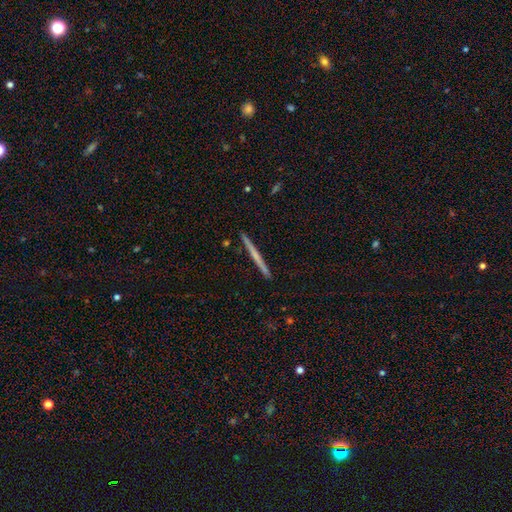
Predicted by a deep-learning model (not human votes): Smooth or featured? featured or disk (52%)
Edge-on disk? yes (98%)
Edge-on bulge? none (81%)
Merging? none (92%)